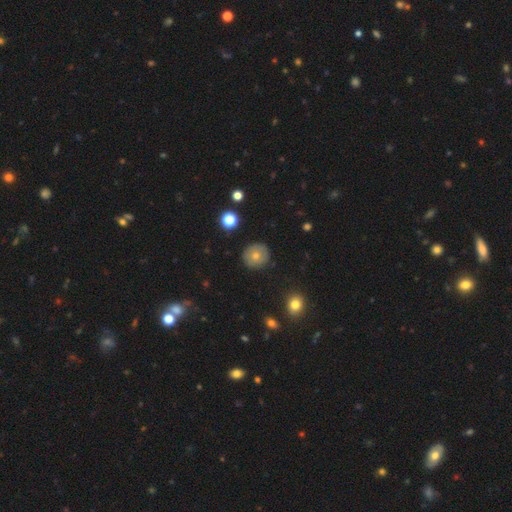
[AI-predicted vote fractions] smooth 67%, featured or disk 22%, star or artifact 11%. Down the decision tree: how rounded — round (91%); merging — none (88%).